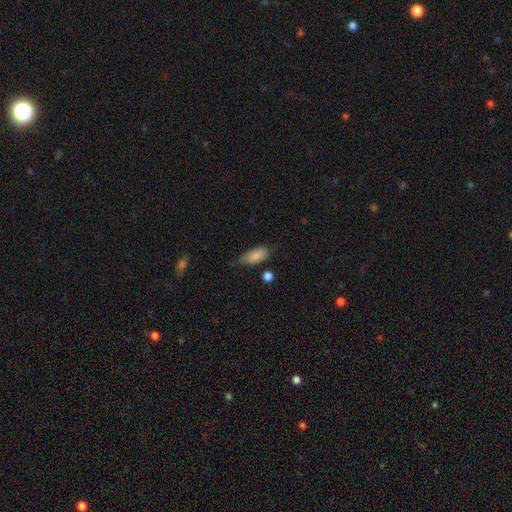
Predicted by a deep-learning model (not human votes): A smooth galaxy with no disk features (86%) that is in between round and cigar-shaped (86%). Merging: none (54%).